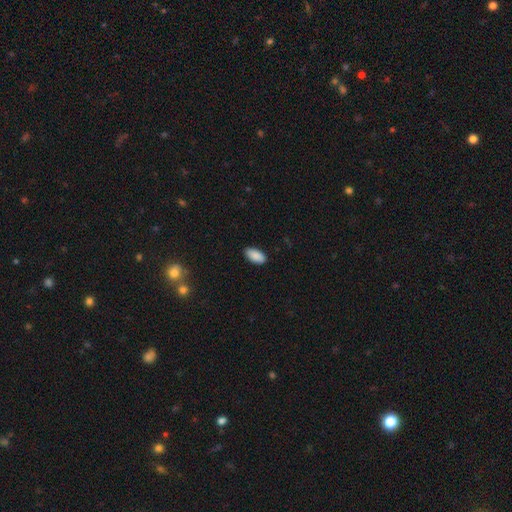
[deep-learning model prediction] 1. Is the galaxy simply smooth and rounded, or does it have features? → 90% smooth, 7% star or artifact, 4% featured or disk.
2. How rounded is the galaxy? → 93% in between, 6% cigar-shaped, 2% round.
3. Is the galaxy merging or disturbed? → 89% none, 9% minor disturbance, 2% major disturbance, 1% merger.